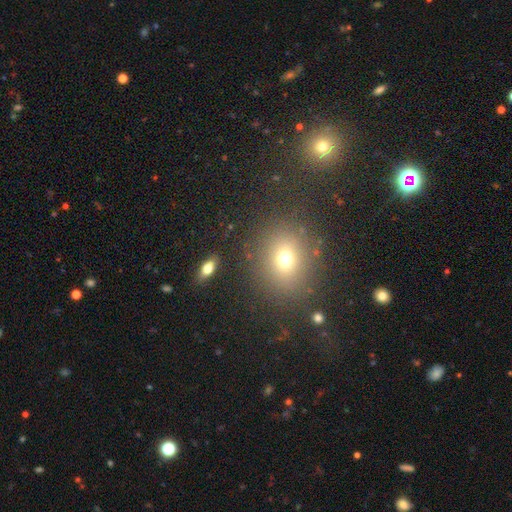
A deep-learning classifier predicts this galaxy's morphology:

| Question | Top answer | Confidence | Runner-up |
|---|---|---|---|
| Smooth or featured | smooth | 56% | star or artifact (32%) |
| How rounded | round | 63% | in between (35%) |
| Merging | none | 82% | minor disturbance (9%) |